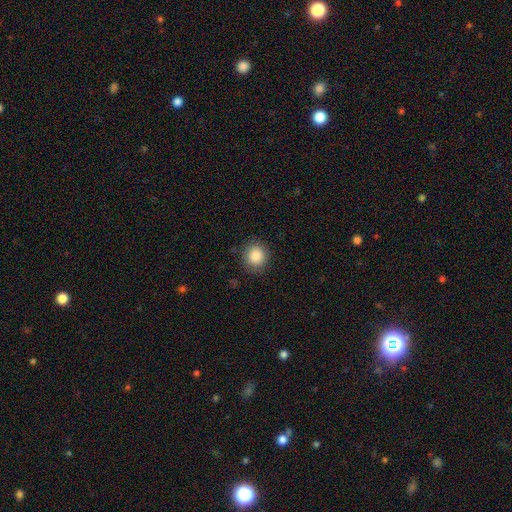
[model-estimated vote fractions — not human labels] Smooth or featured?
  - smooth: 87% *
  - star or artifact: 9%
  - featured or disk: 4%
How rounded?
  - round: 84% *
  - in between: 15%
  - cigar-shaped: 1%
Merging?
  - none: 87% *
  - minor disturbance: 9%
  - major disturbance: 3%
  - merger: 1%